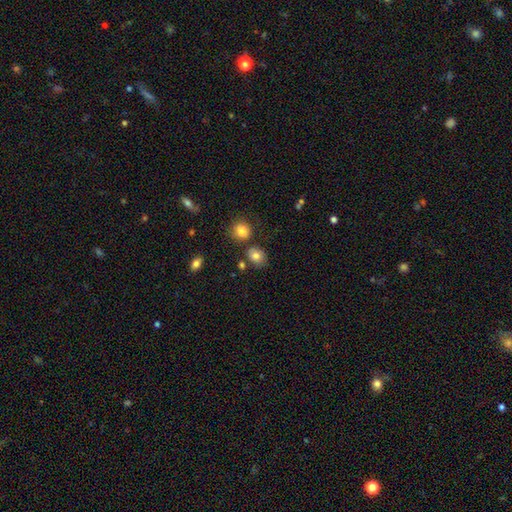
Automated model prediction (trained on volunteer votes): smooth 81%, star or artifact 11%, featured or disk 8%. Down the decision tree: how rounded — round (53%); merging — none (70%).